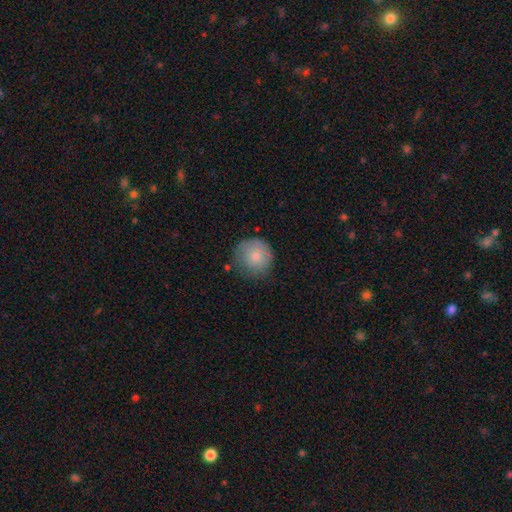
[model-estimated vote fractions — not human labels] A smooth galaxy with no disk features (78%) that is round (92%). Merging: none (70%).